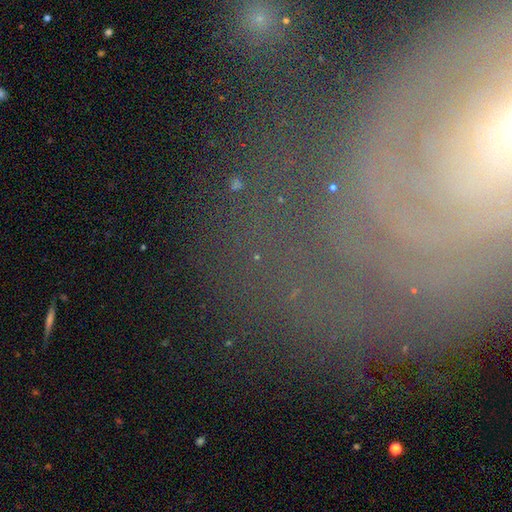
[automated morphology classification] Smooth or featured?
  - featured or disk: 59% *
  - star or artifact: 22%
  - smooth: 19%
Edge-on disk?
  - no: 88% *
  - yes: 12%
Bar?
  - no: 49% *
  - weak: 29%
  - strong: 22%
Spiral arms?
  - yes: 75% *
  - no: 25%
Bulge size?
  - small: 44% *
  - moderate: 34%
  - none: 8%
  - large: 8%
  - dominant: 5%
Merging?
  - none: 66% *
  - minor disturbance: 16%
  - major disturbance: 12%
  - merger: 6%